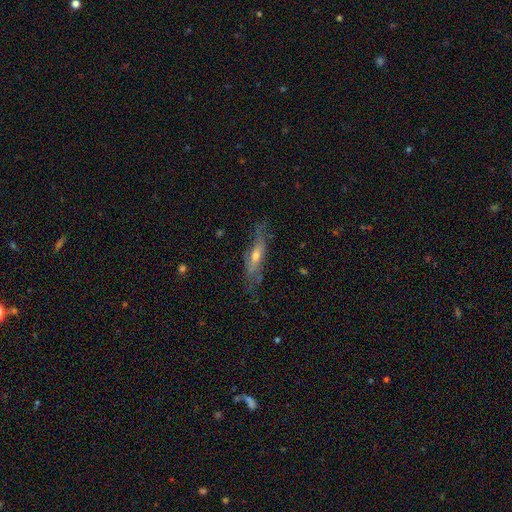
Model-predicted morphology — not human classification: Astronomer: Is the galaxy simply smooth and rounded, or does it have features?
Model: featured or disk — 64%.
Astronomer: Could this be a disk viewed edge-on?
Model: yes — 61% (runner-up: no, 39%).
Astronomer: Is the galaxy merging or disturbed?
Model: none — 67%.